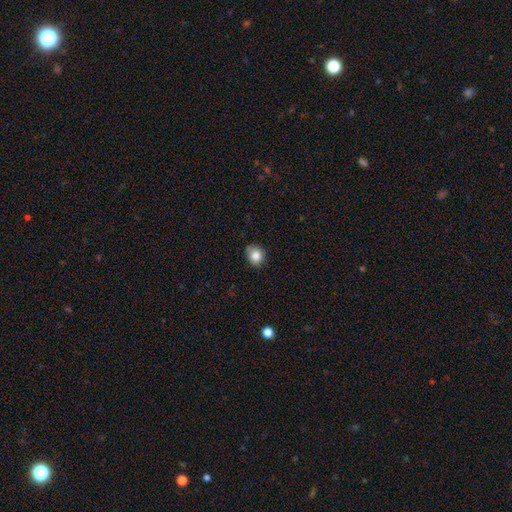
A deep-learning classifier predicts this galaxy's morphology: smooth 84%, star or artifact 10%, featured or disk 6%. Down the decision tree: how rounded — round (73%); merging — none (78%).